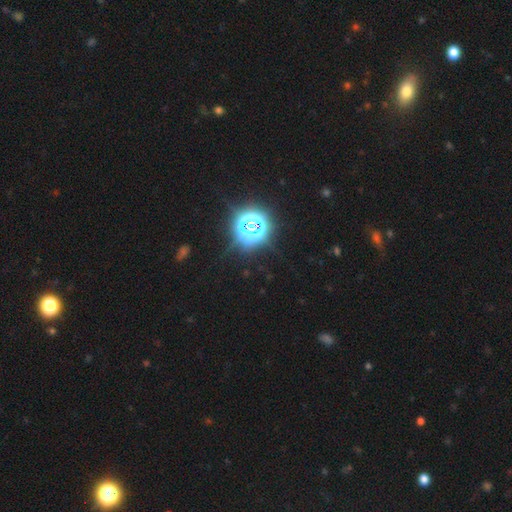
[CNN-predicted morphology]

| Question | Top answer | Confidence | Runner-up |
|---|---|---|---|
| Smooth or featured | star or artifact | 78% | smooth (17%) |